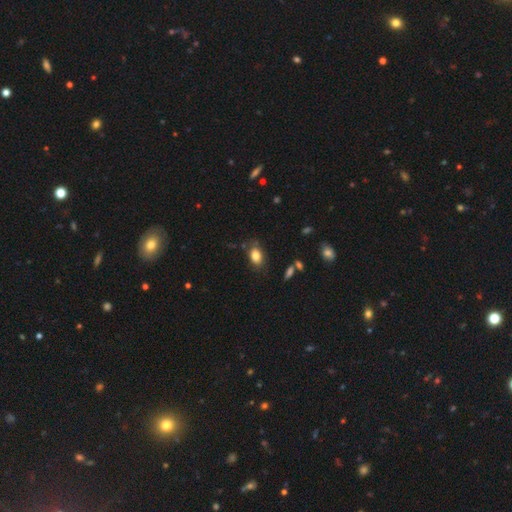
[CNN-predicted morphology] Q: Smooth or featured?
A: smooth (81%); runner-up: featured or disk (10%)
Q: How rounded?
A: in between (85%); runner-up: round (13%)
Q: Merging?
A: none (76%); runner-up: minor disturbance (17%)